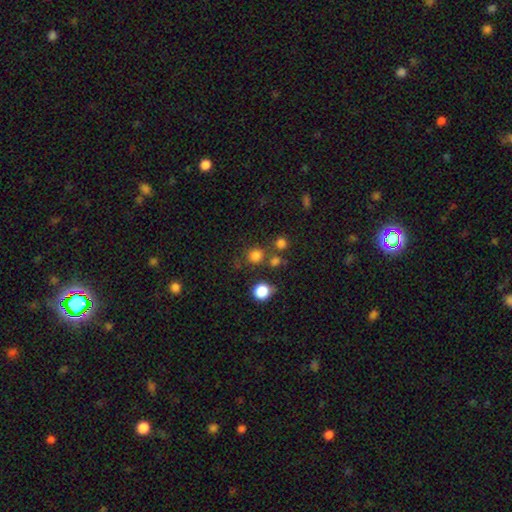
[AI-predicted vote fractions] This is likely a smooth galaxy (77%). How rounded: clearly round (89%). Merging: likely none (74%).